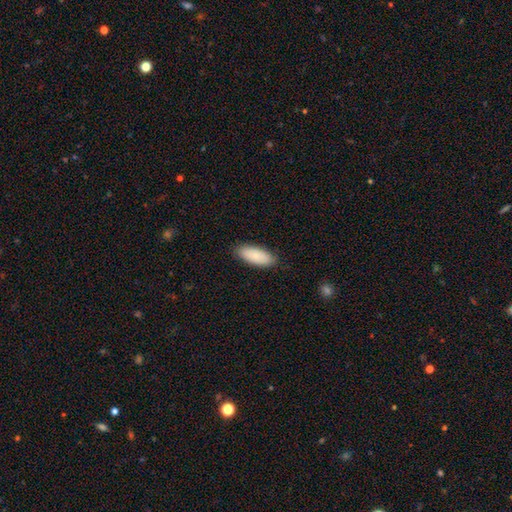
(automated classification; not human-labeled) smooth-or-featured: smooth: 86% | featured or disk: 8% | star or artifact: 6%
  how-rounded: in between: 83% | cigar-shaped: 15% | round: 2%
  merging: none: 87% | minor disturbance: 10% | major disturbance: 2% | merger: 1%